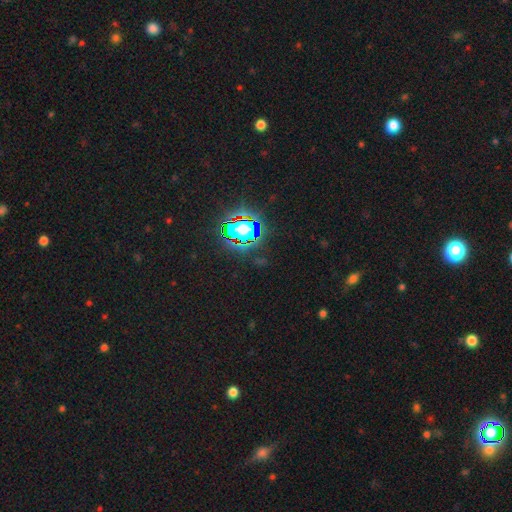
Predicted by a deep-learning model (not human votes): Smooth or featured?
  - star or artifact: 81% *
  - smooth: 12%
  - featured or disk: 7%